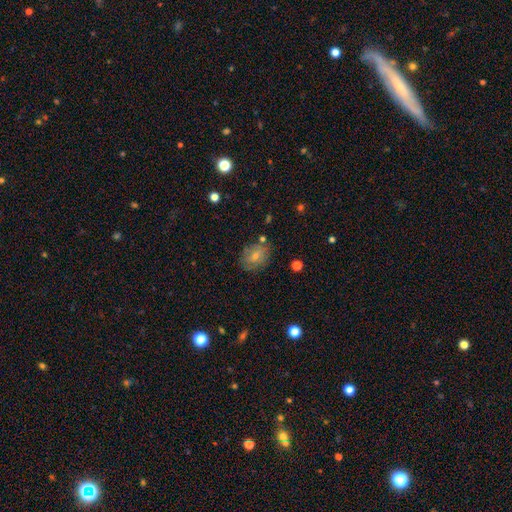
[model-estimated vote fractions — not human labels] Q: Smooth or featured?
A: smooth (66%); runner-up: featured or disk (25%)
Q: How rounded?
A: in between (58%); runner-up: round (41%)
Q: Merging?
A: none (69%); runner-up: minor disturbance (20%)